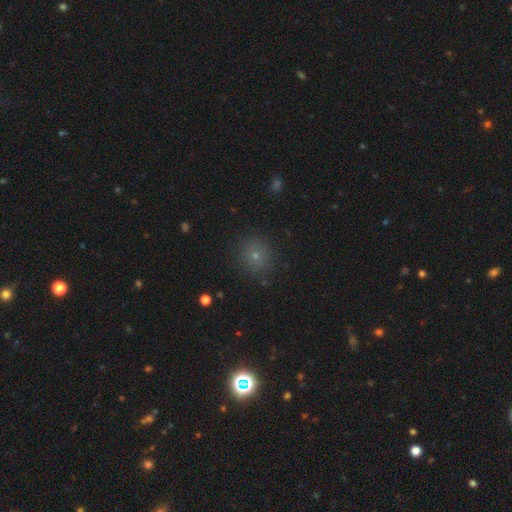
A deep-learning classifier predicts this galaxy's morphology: Smooth or featured? Predicted: smooth (p=0.71). How rounded? Predicted: round (p=0.91). Merging? Predicted: none (p=0.88).